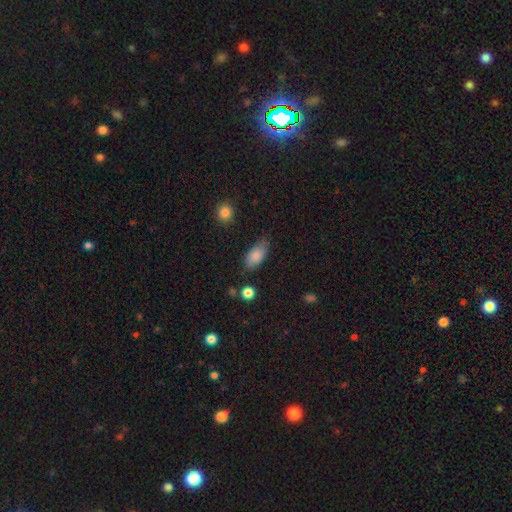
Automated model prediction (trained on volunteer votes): Smooth or featured?
  - smooth: 84% *
  - featured or disk: 9%
  - star or artifact: 7%
How rounded?
  - in between: 91% *
  - cigar-shaped: 5%
  - round: 3%
Merging?
  - none: 69% *
  - minor disturbance: 24%
  - major disturbance: 5%
  - merger: 2%